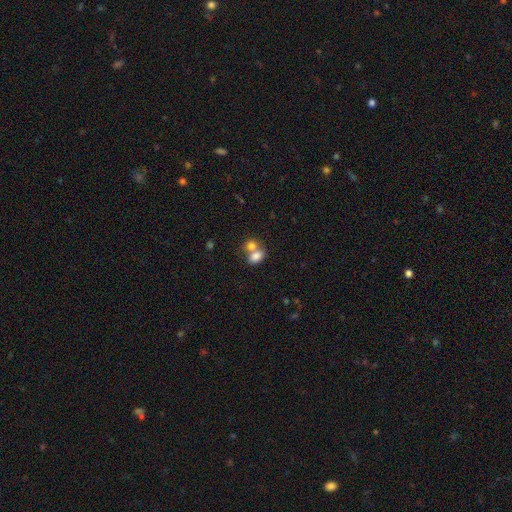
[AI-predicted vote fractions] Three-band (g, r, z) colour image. It shows a smooth galaxy with no disk features (79%) that is in between round and cigar-shaped (75%). Merging: merger (60%).